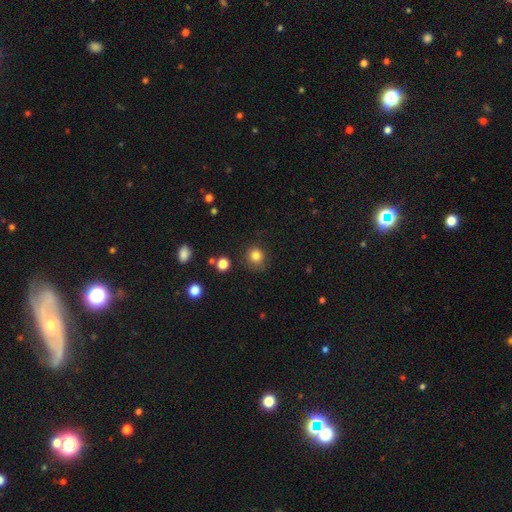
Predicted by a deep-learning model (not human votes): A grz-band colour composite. It shows a smooth galaxy with no disk features (83%) that is round (87%). Merging: none (77%).